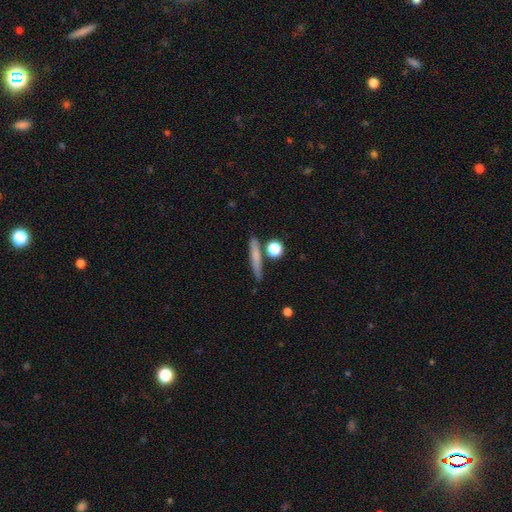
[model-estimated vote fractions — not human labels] smooth 67%, featured or disk 25%, star or artifact 8%. Down the decision tree: how rounded — cigar-shaped (83%); merging — none (79%).